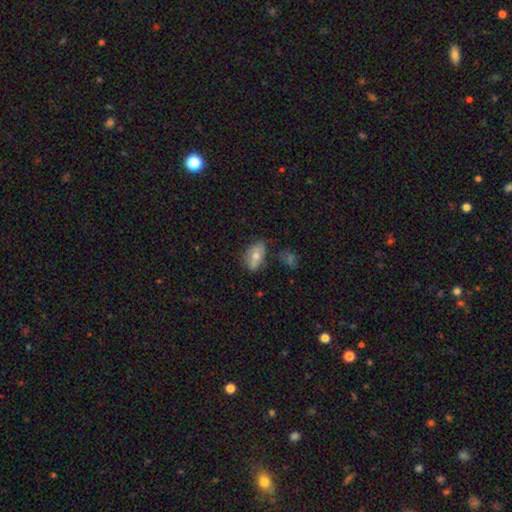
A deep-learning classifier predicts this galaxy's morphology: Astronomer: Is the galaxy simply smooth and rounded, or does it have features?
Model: smooth — 67%.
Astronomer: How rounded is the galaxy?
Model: in between — 89%.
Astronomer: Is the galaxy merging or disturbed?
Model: none — 61%.